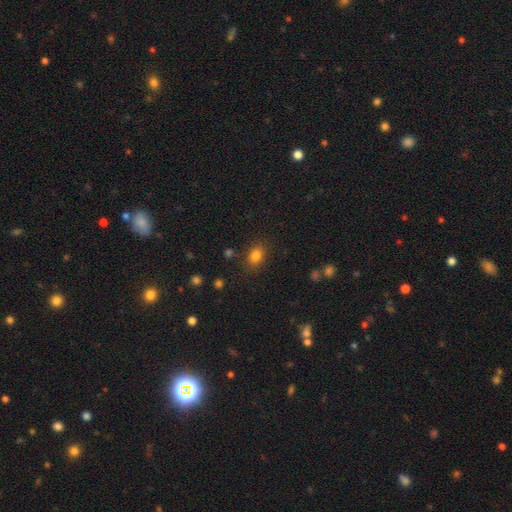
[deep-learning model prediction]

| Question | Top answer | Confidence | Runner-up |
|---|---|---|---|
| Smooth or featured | smooth | 81% | star or artifact (12%) |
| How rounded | in between | 66% | round (32%) |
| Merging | none | 83% | minor disturbance (11%) |